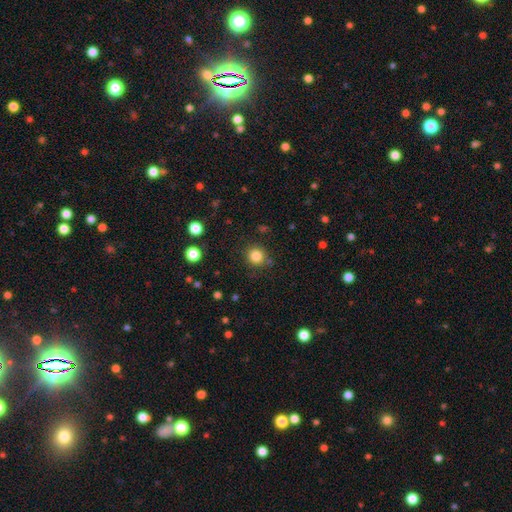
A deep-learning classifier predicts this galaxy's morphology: This is clearly a smooth galaxy (83%). How rounded: clearly round (91%). Merging: clearly none (84%).